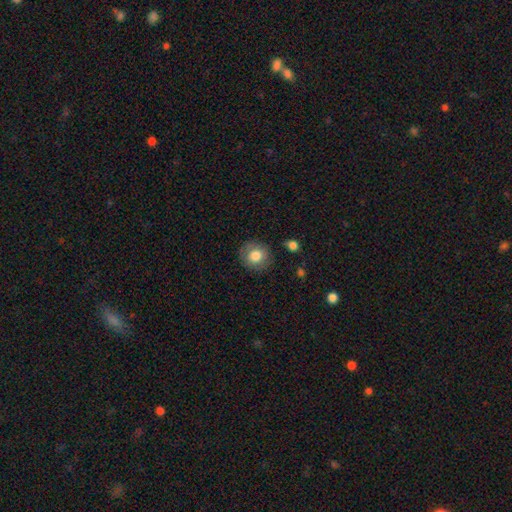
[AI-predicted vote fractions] smooth 79%, featured or disk 12%, star or artifact 8%. Down the decision tree: how rounded — round (86%); merging — none (84%).